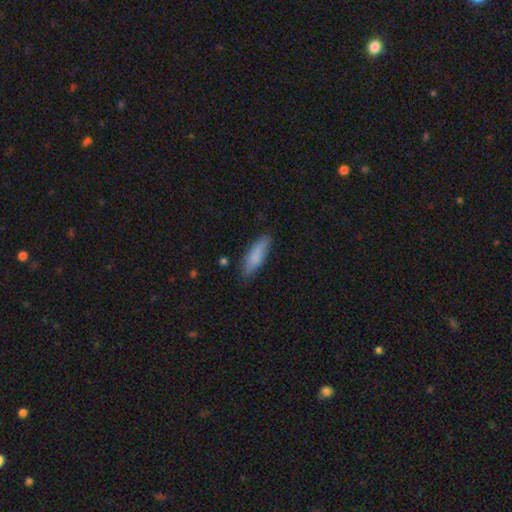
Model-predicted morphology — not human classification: Smooth or featured: smooth — 81% (featured or disk — 13%)
How rounded: cigar-shaped — 54% (in between — 44%)
Merging: none — 79% (minor disturbance — 17%)